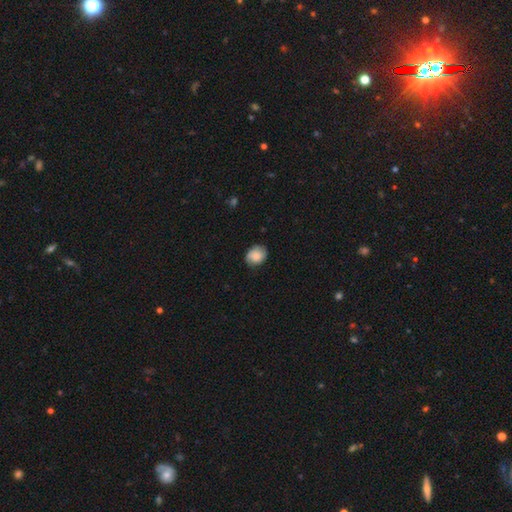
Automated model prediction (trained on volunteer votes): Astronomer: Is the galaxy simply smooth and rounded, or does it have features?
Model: smooth — 71%.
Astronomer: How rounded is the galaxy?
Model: round — 54% (runner-up: in between, 45%).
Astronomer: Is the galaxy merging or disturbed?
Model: none — 74%.